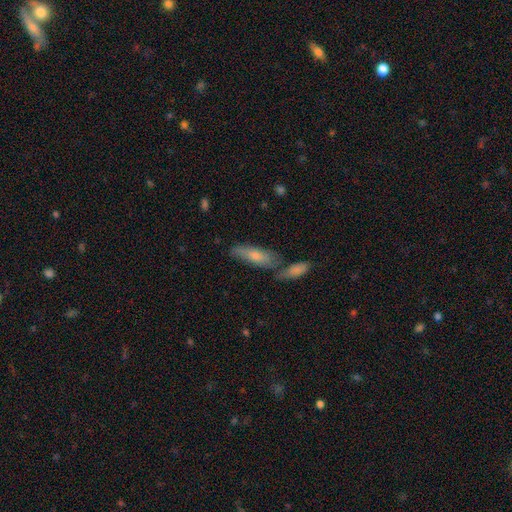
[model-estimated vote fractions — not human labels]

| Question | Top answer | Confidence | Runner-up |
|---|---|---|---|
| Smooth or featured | smooth | 66% | featured or disk (27%) |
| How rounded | in between | 50% | cigar-shaped (48%) |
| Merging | none | 51% | merger (28%) |